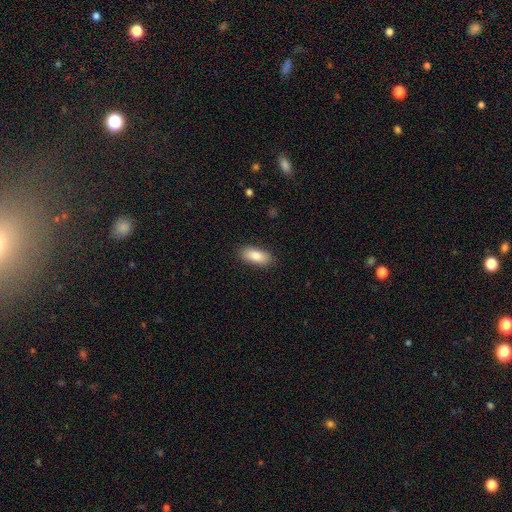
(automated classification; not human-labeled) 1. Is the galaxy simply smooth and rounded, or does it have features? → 86% smooth, 8% featured or disk, 6% star or artifact.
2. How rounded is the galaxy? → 83% in between, 14% cigar-shaped, 2% round.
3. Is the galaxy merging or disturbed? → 88% none, 9% minor disturbance, 2% major disturbance, 1% merger.